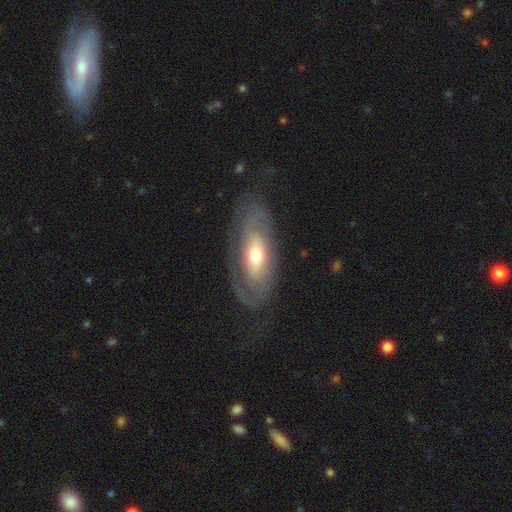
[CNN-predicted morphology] featured or disk 65%, smooth 29%, star or artifact 6%. Down the decision tree: edge-on disk — no (86%); bar — no (66%); spiral arms — yes (61%); bulge size — moderate (59%); merging — none (70%).